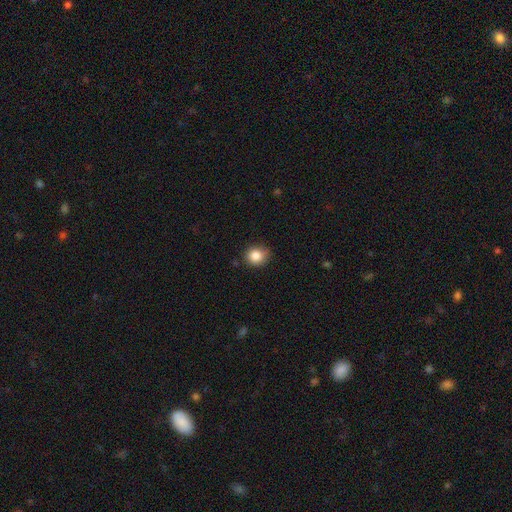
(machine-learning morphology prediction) The model was most divided on "how rounded": round: 77%, in between: 22%, cigar-shaped: 1%. More confident: smooth or featured — smooth (85%); merging — none (82%).